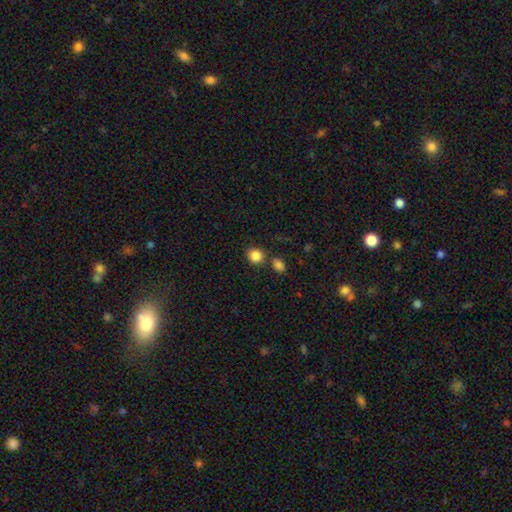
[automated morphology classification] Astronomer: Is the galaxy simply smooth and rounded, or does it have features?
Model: smooth — 86%.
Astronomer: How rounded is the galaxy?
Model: round — 74%.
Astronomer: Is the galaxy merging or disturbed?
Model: none — 74%.